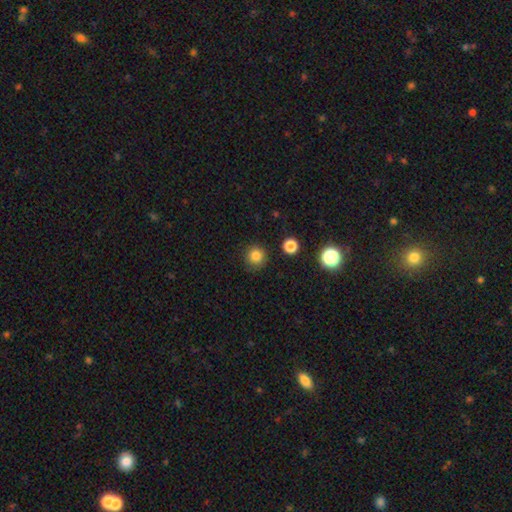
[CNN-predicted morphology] The model was most divided on "smooth or featured": smooth: 82%, star or artifact: 12%, featured or disk: 5%. More confident: how rounded — round (94%); merging — none (89%).